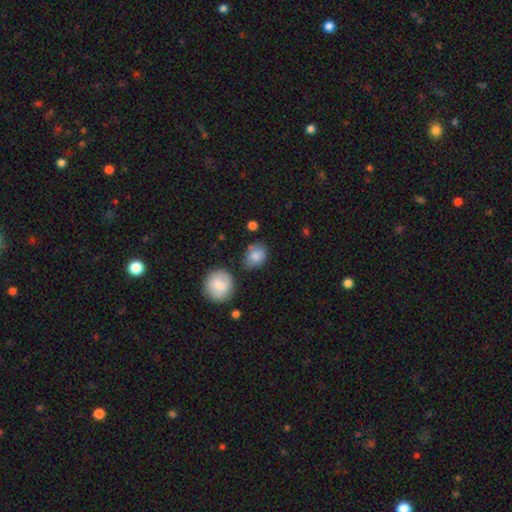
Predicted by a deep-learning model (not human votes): This is clearly a smooth galaxy (83%). How rounded: possibly in between (51%). Merging: likely none (71%).